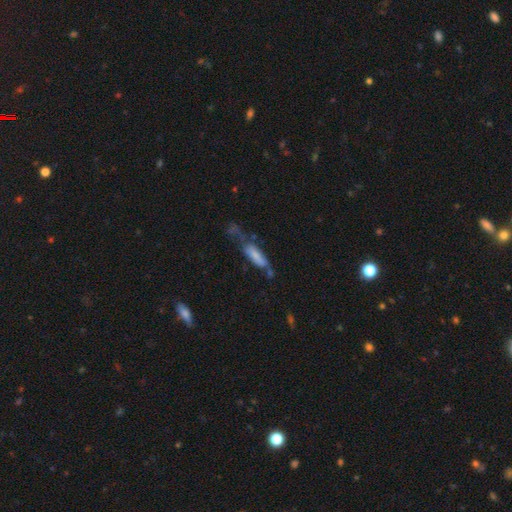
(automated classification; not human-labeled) Morphology: type=smooth (65%); roundness=in between (51%); merging=major disturbance (32%).